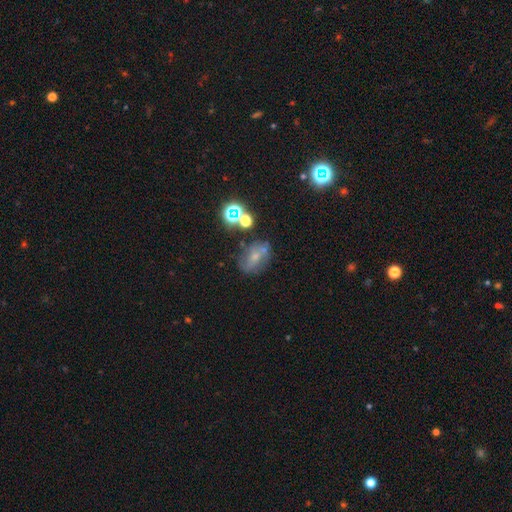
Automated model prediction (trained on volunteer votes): A smooth galaxy with no disk features (42%). Merging: none (57%).